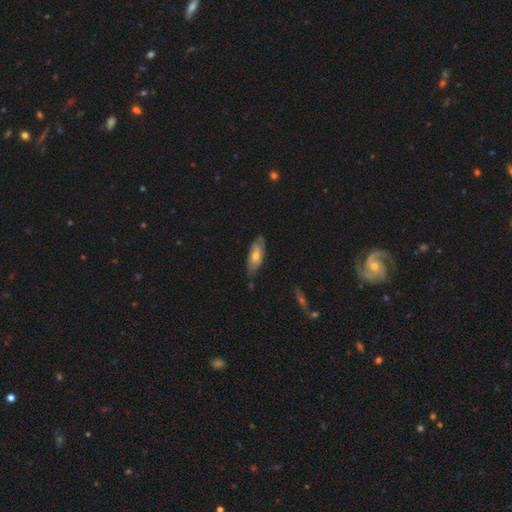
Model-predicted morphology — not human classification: Smooth or featured? smooth (57%)
How rounded? in between (72%)
Merging? none (70%)